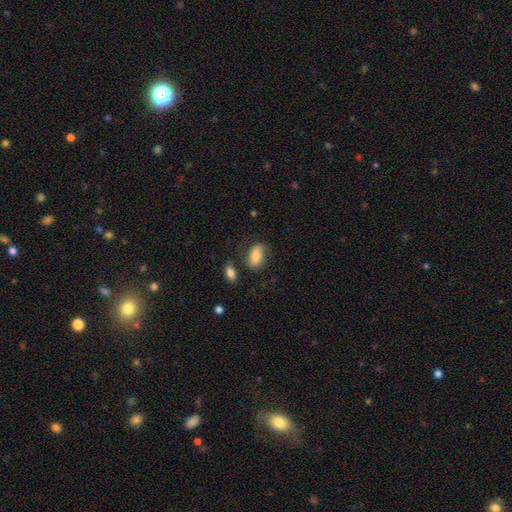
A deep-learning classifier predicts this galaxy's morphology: Smooth or featured? Predicted: smooth (p=0.75). How rounded? Predicted: in between (p=0.90). Merging? Predicted: none (p=0.68).